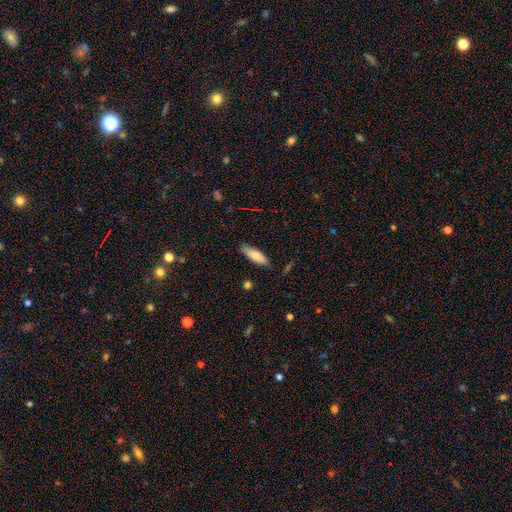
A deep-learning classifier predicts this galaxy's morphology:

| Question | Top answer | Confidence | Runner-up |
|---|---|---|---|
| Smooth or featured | smooth | 78% | featured or disk (16%) |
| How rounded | in between | 53% | cigar-shaped (45%) |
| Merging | none | 84% | minor disturbance (12%) |